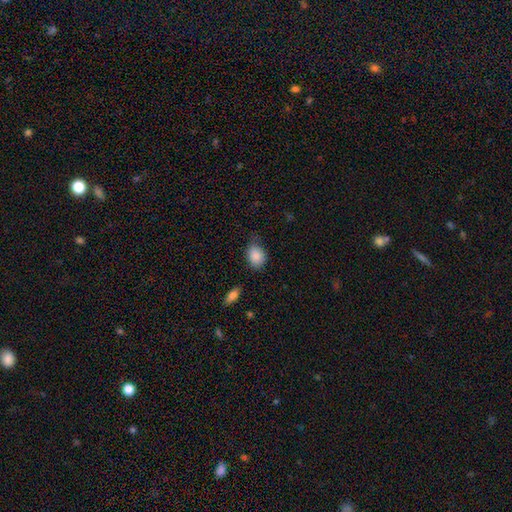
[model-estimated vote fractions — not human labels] smooth-or-featured: smooth: 87% | star or artifact: 7% | featured or disk: 6%
  how-rounded: in between: 68% | round: 31% | cigar-shaped: 1%
  merging: none: 63% | minor disturbance: 29% | major disturbance: 6% | merger: 2%